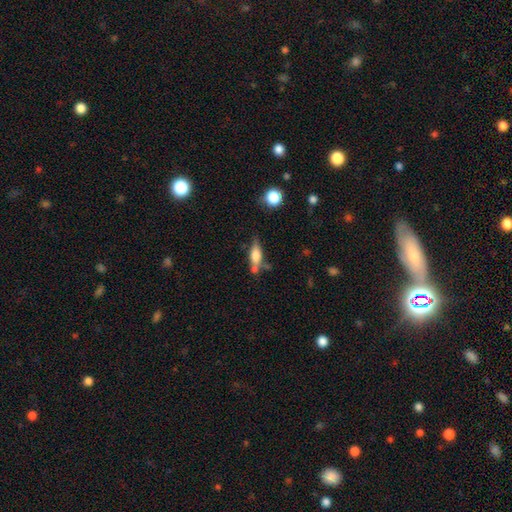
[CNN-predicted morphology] This appears to be a smooth galaxy with no disk features (57%) that is in between round and cigar-shaped (51%). Merging: none (53%).